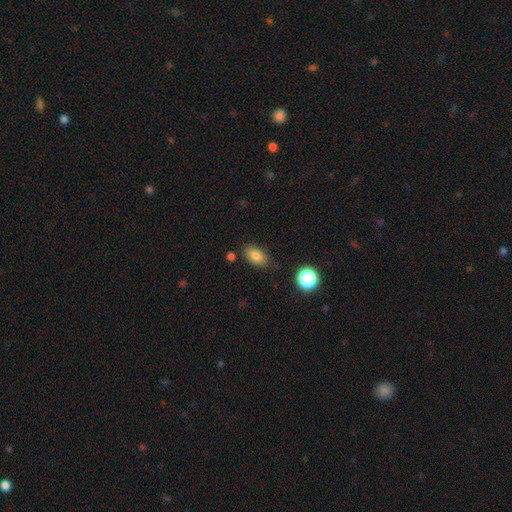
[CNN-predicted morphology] Smooth or featured?
  - smooth: 81% *
  - star or artifact: 11%
  - featured or disk: 8%
How rounded?
  - in between: 86% *
  - round: 11%
  - cigar-shaped: 3%
Merging?
  - none: 76% *
  - minor disturbance: 16%
  - major disturbance: 4%
  - merger: 4%